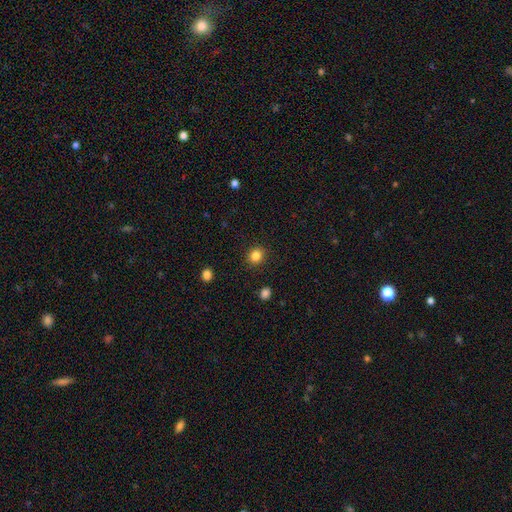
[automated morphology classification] type=smooth (84%); roundness=round (86%); merging=none (91%).